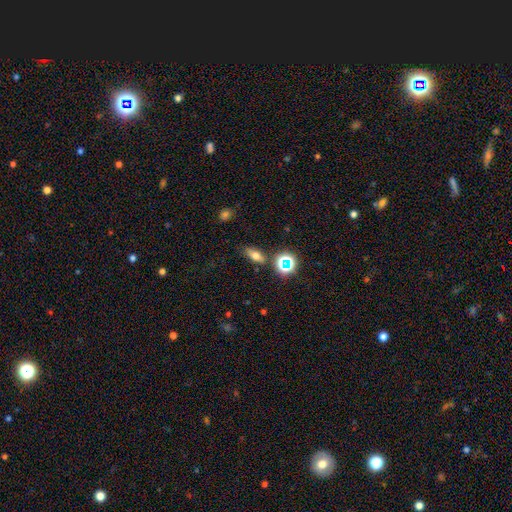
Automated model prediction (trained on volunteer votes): Q: Smooth or featured?
A: smooth (61%); runner-up: star or artifact (20%)
Q: How rounded?
A: in between (68%); runner-up: cigar-shaped (19%)
Q: Merging?
A: none (80%); runner-up: minor disturbance (11%)